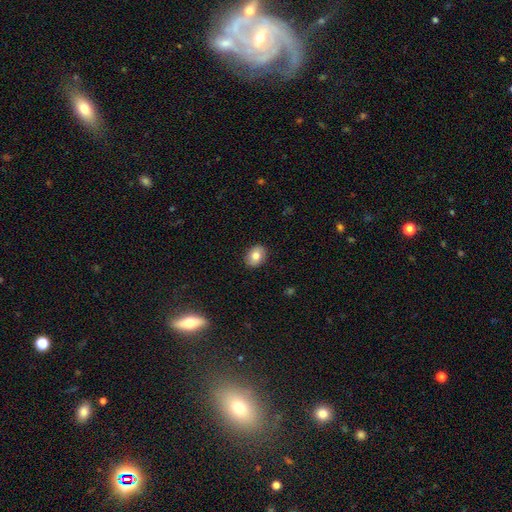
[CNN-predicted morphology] The model was most divided on "how rounded": in between: 62%, round: 37%, cigar-shaped: 1%. More confident: merging — none (89%); smooth or featured — smooth (81%).